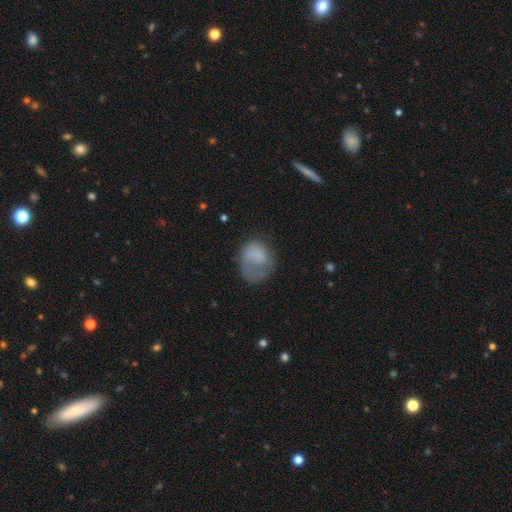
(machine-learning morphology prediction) A smooth galaxy with no disk features (66%) that is round (51%).

Vote fractions:
- Smooth or featured? smooth: 66% / featured or disk: 26% / star or artifact: 8%
- How rounded? round: 51% / in between: 48% / cigar-shaped: 1%
- Merging? major disturbance: 41% / none: 33% / minor disturbance: 23% / merger: 3%